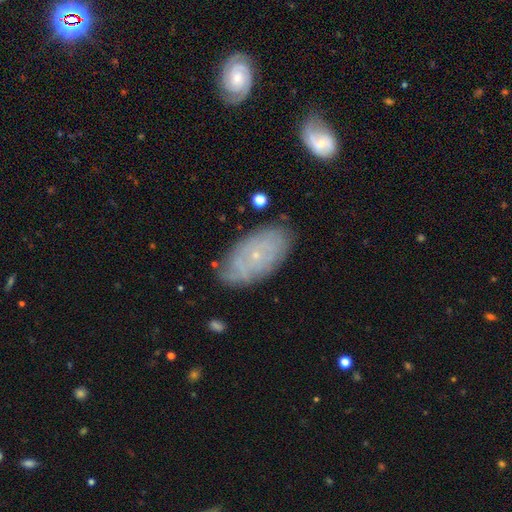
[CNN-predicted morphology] A featured or disk galaxy (59%) with no bar (86%), spiral arms (71%) and a small central bulge (86%). Merging: none (74%).